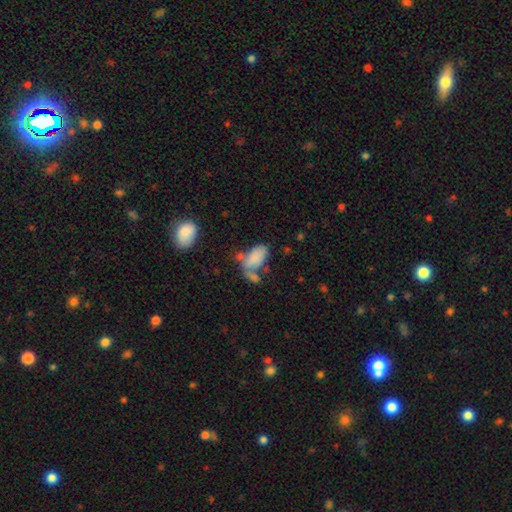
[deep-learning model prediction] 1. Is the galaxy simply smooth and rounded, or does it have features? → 76% smooth, 15% featured or disk, 9% star or artifact.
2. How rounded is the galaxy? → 93% in between, 3% cigar-shaped, 3% round.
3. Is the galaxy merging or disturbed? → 35% merger, 30% none, 18% minor disturbance, 17% major disturbance.